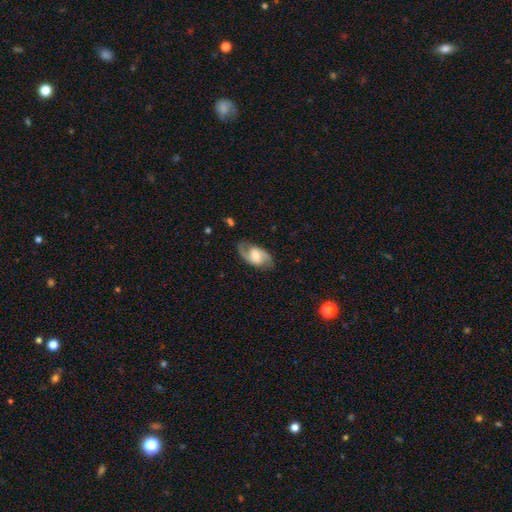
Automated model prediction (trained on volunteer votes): This appears to be a featured or disk galaxy (82%) with a weak bar (50%), 2 (91%) medium (53%) spiral arms (95%) and a moderate central bulge (50%). Merging: none (81%).